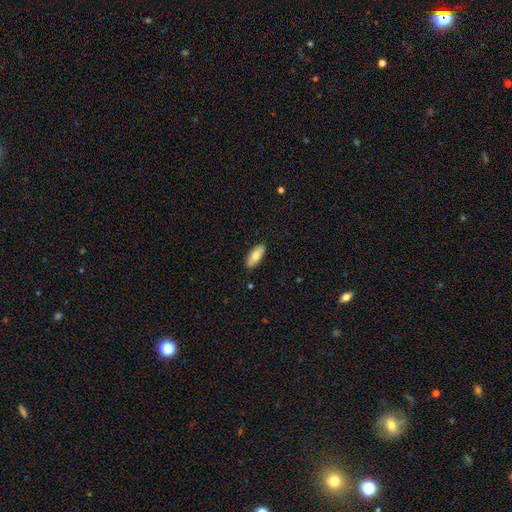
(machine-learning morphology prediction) A smooth galaxy with no disk features (73%) that is in between round and cigar-shaped (83%).

Vote fractions:
- Smooth or featured? smooth: 73% / featured or disk: 21% / star or artifact: 6%
- How rounded? in between: 83% / cigar-shaped: 15% / round: 2%
- Merging? none: 87% / minor disturbance: 10% / major disturbance: 2% / merger: 1%